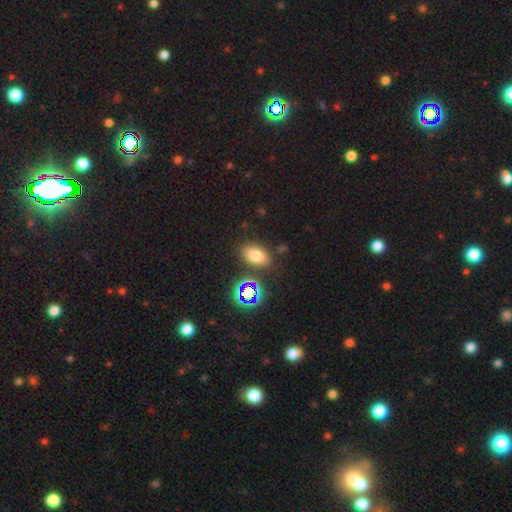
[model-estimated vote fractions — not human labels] smooth_or_featured: smooth (p=0.69) [alt: star or artifact p=0.22]
how_rounded: in between (p=0.84) [alt: round p=0.13]
merging: none (p=0.80) [alt: minor disturbance p=0.11]